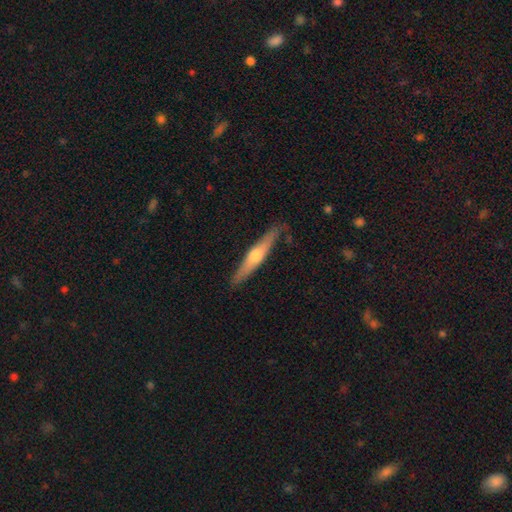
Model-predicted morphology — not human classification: A featured or disk galaxy (55%) viewed edge-on (93%) with a rounded central bulge (89%).

Vote fractions:
- Smooth or featured? featured or disk: 55% / smooth: 40% / star or artifact: 5%
- Edge-on disk? yes: 93% / no: 7%
- Edge-on bulge? rounded: 89% / none: 7% / boxy: 3%
- Merging? none: 85% / minor disturbance: 12% / major disturbance: 2% / merger: 1%